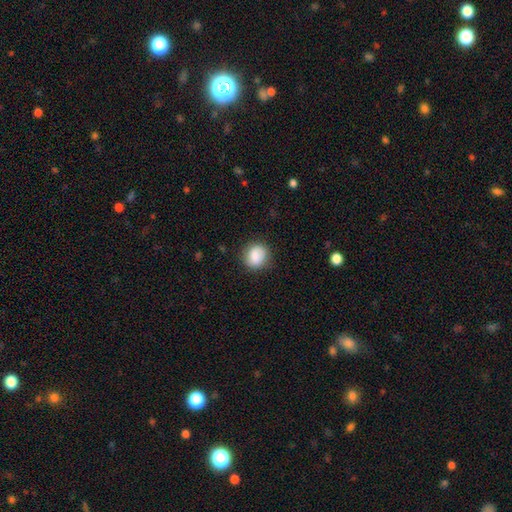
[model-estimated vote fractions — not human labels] Smooth or featured? smooth (85%)
How rounded? round (75%)
Merging? none (82%)